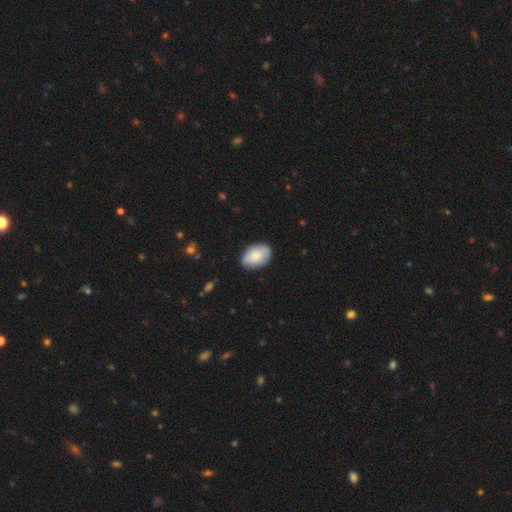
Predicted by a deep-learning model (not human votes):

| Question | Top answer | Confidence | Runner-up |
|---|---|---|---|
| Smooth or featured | smooth | 75% | featured or disk (19%) |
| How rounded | in between | 85% | round (14%) |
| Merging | none | 80% | minor disturbance (16%) |